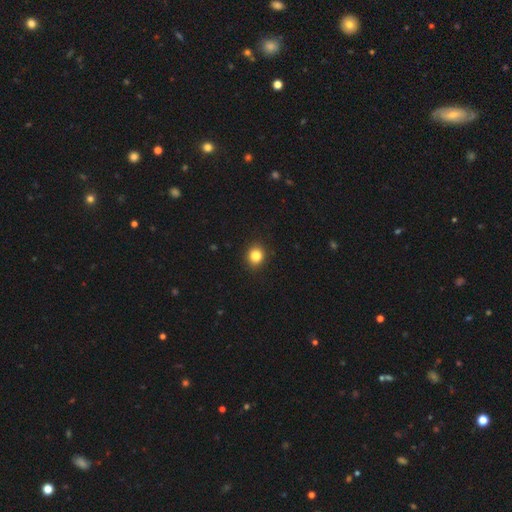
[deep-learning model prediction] smooth-or-featured: smooth: 84% | star or artifact: 11% | featured or disk: 4%
  how-rounded: round: 73% | in between: 26% | cigar-shaped: 1%
  merging: none: 89% | minor disturbance: 8% | major disturbance: 2% | merger: 1%